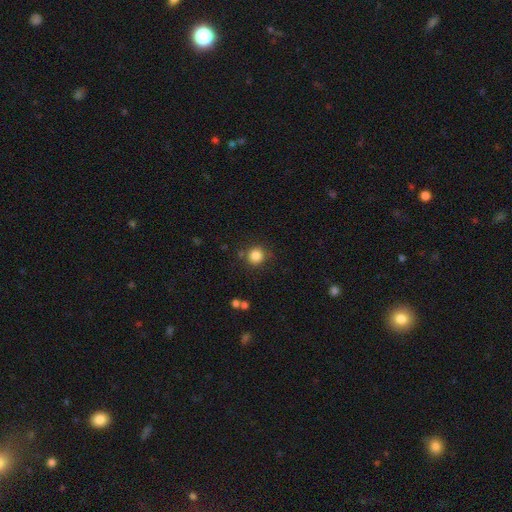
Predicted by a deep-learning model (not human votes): smooth 84%, star or artifact 11%, featured or disk 5%. Down the decision tree: how rounded — round (93%); merging — none (82%).